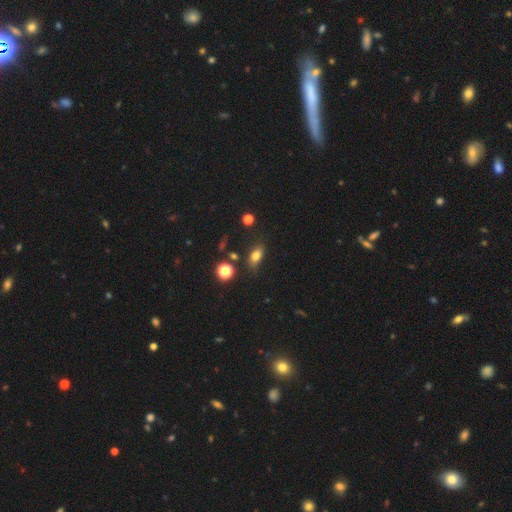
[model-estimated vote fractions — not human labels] Smooth or featured?
  - smooth: 76% *
  - star or artifact: 13%
  - featured or disk: 12%
How rounded?
  - in between: 78% *
  - round: 15%
  - cigar-shaped: 7%
Merging?
  - none: 72% *
  - minor disturbance: 18%
  - major disturbance: 5%
  - merger: 5%